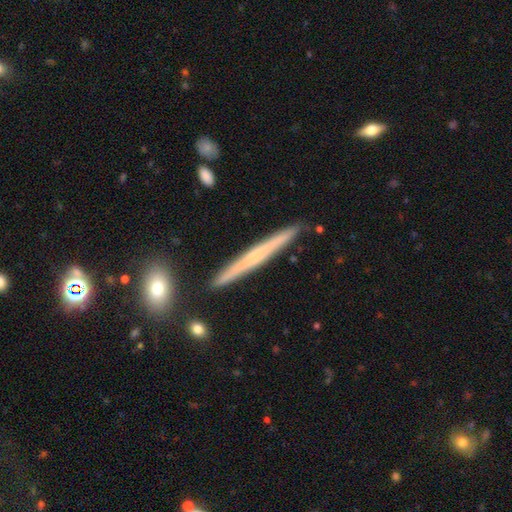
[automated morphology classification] featured or disk 52%, smooth 41%, star or artifact 7%. Down the decision tree: edge-on disk — yes (97%); edge-on bulge — none (72%); merging — none (90%).